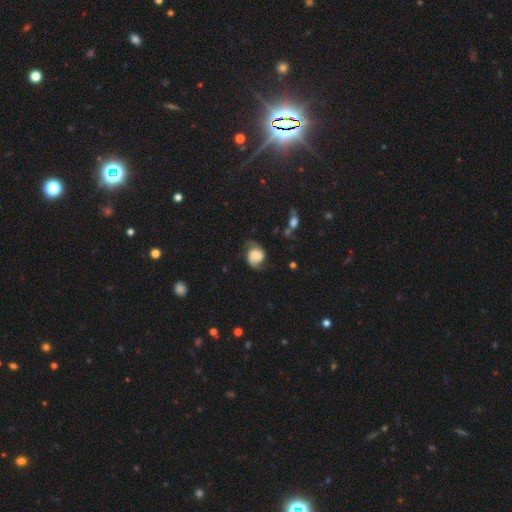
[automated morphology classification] type=featured or disk (69%); edge-on=no (98%); bar=no (62%); spiral arms=yes (94%); winding=medium (43%); arm count=2 (89%); bulge=moderate (30%); merging=none (67%).